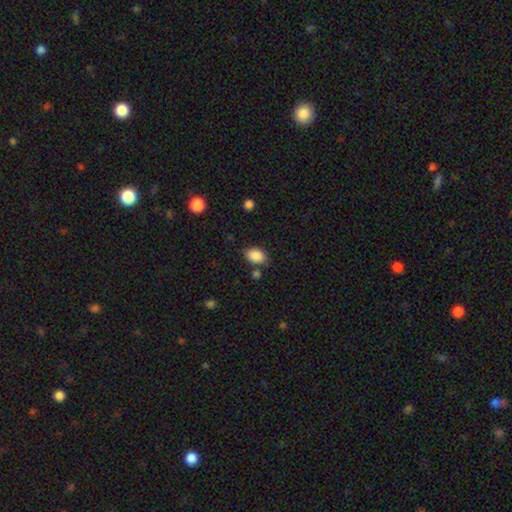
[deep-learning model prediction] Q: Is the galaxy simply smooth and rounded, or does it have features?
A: smooth — 88%.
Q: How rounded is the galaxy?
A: in between — 84%.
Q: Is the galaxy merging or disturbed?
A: none — 76%.